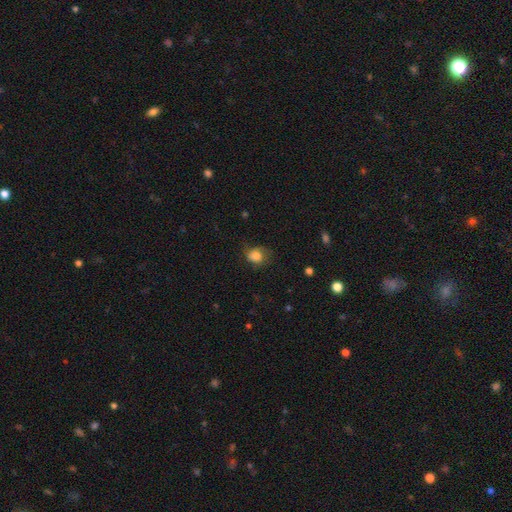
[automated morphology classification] Smooth or featured?
  - smooth: 80% *
  - featured or disk: 10%
  - star or artifact: 9%
How rounded?
  - round: 70% *
  - in between: 29%
  - cigar-shaped: 1%
Merging?
  - none: 59% *
  - minor disturbance: 28%
  - major disturbance: 13%
  - merger: 1%